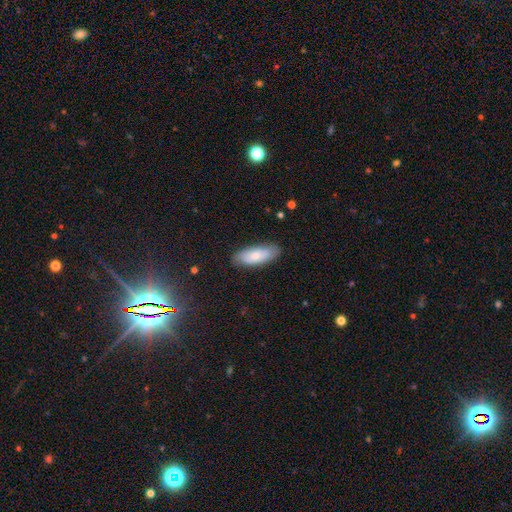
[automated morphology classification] smooth-or-featured: smooth: 72% | featured or disk: 22% | star or artifact: 6%
  how-rounded: in between: 74% | cigar-shaped: 24% | round: 2%
  merging: none: 83% | minor disturbance: 13% | major disturbance: 3% | merger: 1%